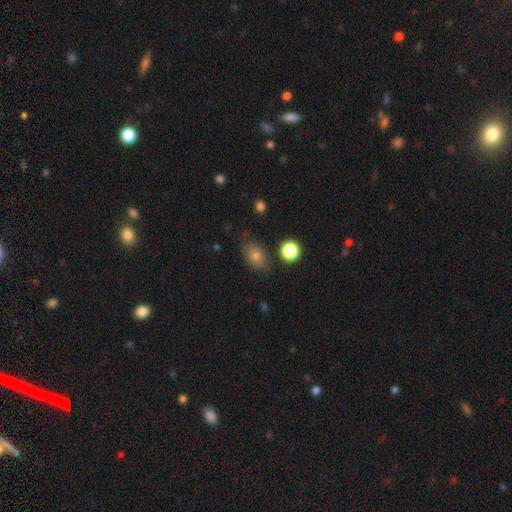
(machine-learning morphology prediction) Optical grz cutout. It shows a smooth galaxy with no disk features (76%) that is in between round and cigar-shaped (77%). Merging: none (79%).